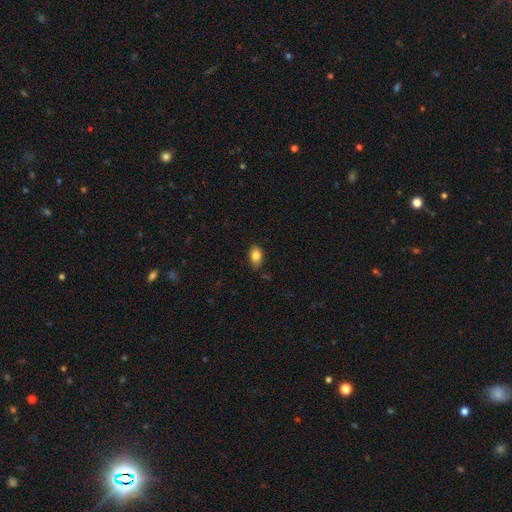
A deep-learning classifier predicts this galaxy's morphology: A smooth galaxy with no disk features (83%) that is in between round and cigar-shaped (86%).

Vote fractions:
- Smooth or featured? smooth: 83% / featured or disk: 9% / star or artifact: 8%
- How rounded? in between: 86% / round: 13% / cigar-shaped: 2%
- Merging? none: 82% / minor disturbance: 14% / major disturbance: 3% / merger: 2%